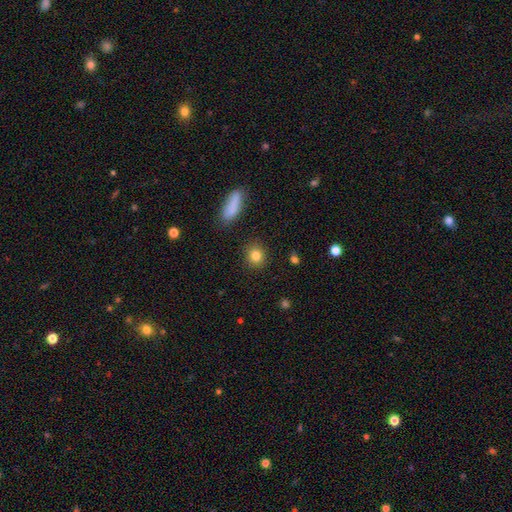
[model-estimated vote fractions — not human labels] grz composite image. It shows a smooth galaxy with no disk features (83%) that is round (80%). Merging: none (89%).